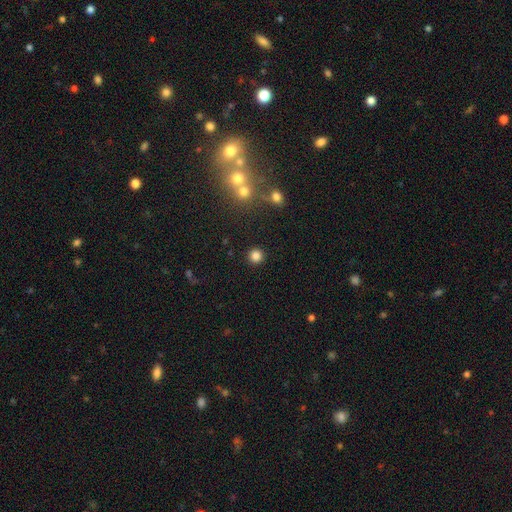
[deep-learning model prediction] Smooth or featured? smooth (83%)
How rounded? round (94%)
Merging? none (91%)